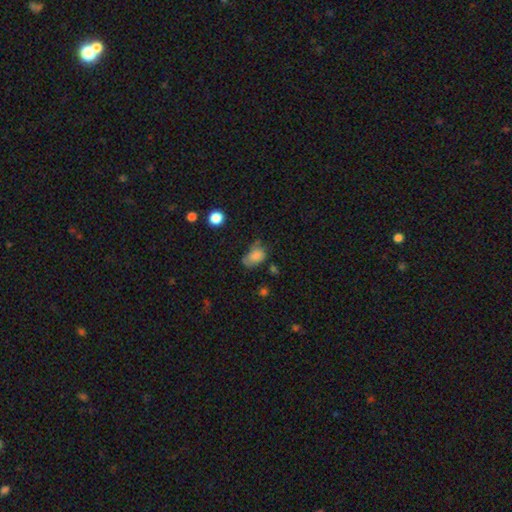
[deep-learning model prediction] This appears to be a smooth galaxy with no disk features (80%) that is in between round and cigar-shaped (80%). Merging: none (38%).